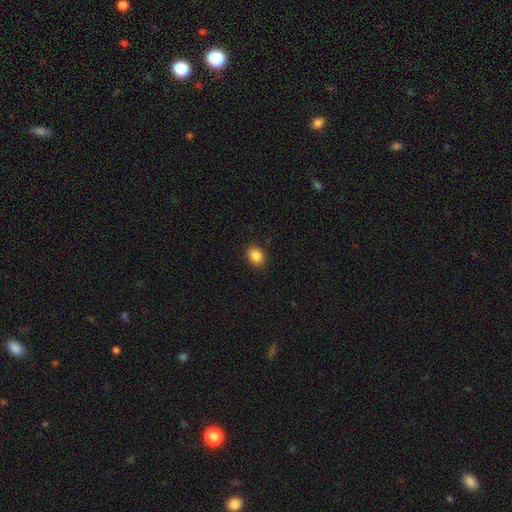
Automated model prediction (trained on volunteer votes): A smooth galaxy with no disk features (88%) that is in between round and cigar-shaped (62%).

Vote fractions:
- Smooth or featured? smooth: 88% / star or artifact: 9% / featured or disk: 3%
- How rounded? in between: 62% / round: 37% / cigar-shaped: 1%
- Merging? none: 89% / minor disturbance: 8% / major disturbance: 2% / merger: 1%